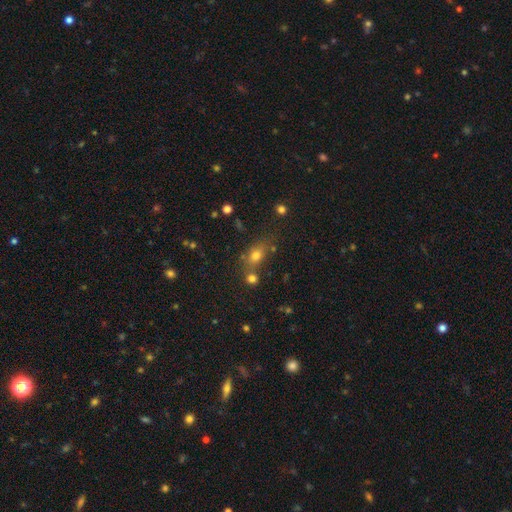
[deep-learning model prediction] Smooth or featured?
  - smooth: 67% *
  - star or artifact: 20%
  - featured or disk: 12%
How rounded?
  - in between: 58% *
  - round: 36%
  - cigar-shaped: 6%
Merging?
  - none: 58% *
  - merger: 22%
  - minor disturbance: 14%
  - major disturbance: 6%